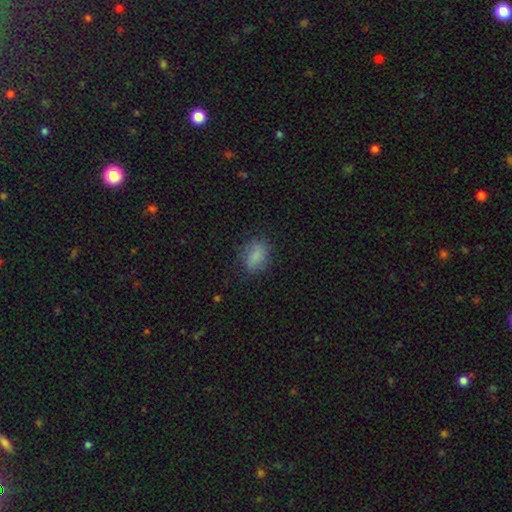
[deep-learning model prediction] smooth-or-featured: smooth: 82% | star or artifact: 9% | featured or disk: 9%
  how-rounded: in between: 79% | round: 17% | cigar-shaped: 4%
  merging: none: 75% | minor disturbance: 18% | major disturbance: 6% | merger: 1%